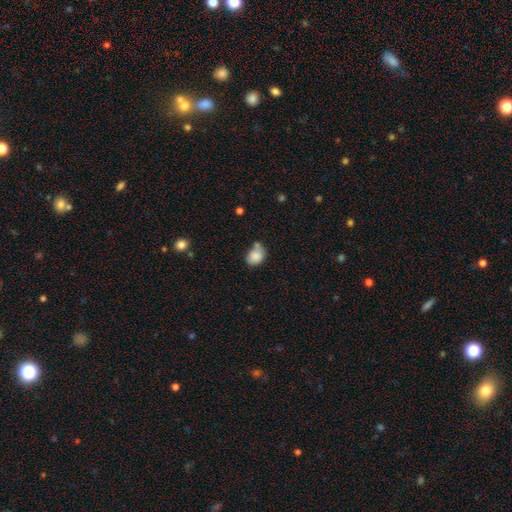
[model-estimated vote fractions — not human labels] Q: Smooth or featured?
A: smooth (83%); runner-up: star or artifact (9%)
Q: How rounded?
A: in between (59%); runner-up: round (40%)
Q: Merging?
A: none (44%); runner-up: minor disturbance (28%)